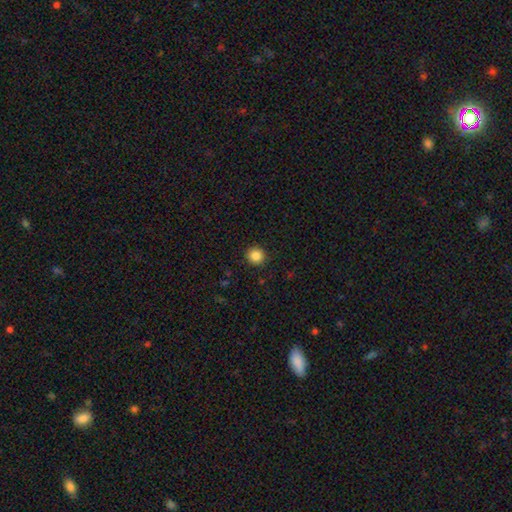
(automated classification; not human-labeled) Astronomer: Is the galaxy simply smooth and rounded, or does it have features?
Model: smooth — 86%.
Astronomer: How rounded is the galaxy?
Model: round — 94%.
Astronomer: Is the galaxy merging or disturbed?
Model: none — 91%.